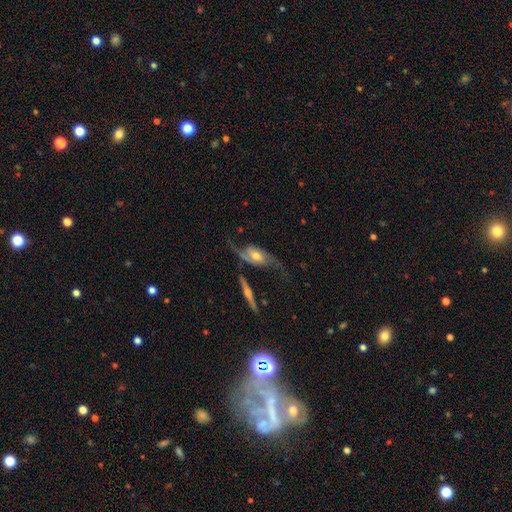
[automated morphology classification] This appears to be a featured or disk galaxy (84%) with no bar (54%), 2 (90%) loose (70%) spiral arms (95%) and a moderate central bulge (64%). Merging: none (54%).